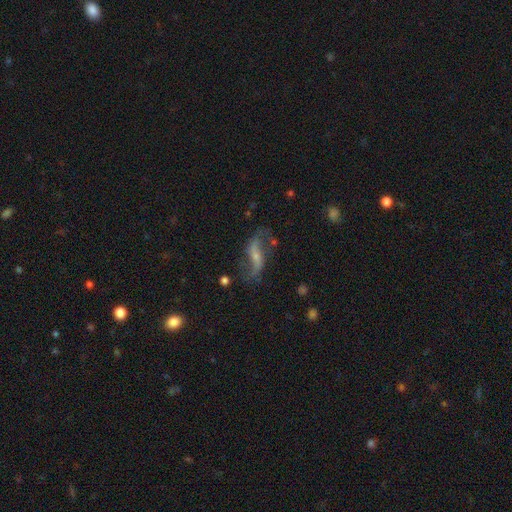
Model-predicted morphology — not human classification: A featured or disk galaxy (80%) with a weak bar (36%), 2 (91%) loose (82%) spiral arms (92%) and a small central bulge (61%). Merging: none (68%).